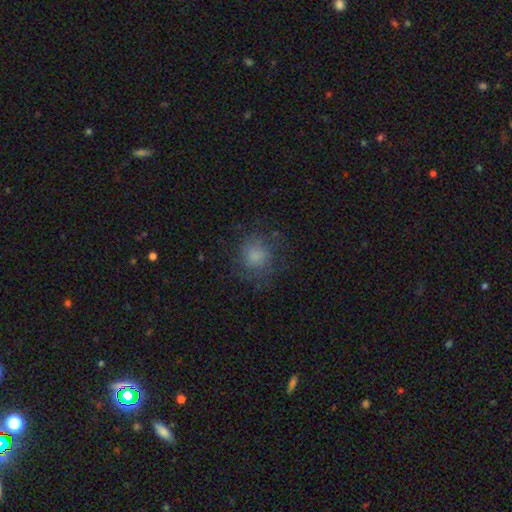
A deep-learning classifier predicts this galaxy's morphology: smooth_or_featured: smooth (p=0.69) [alt: featured or disk p=0.19]
how_rounded: round (p=0.82) [alt: in between p=0.17]
merging: none (p=0.67) [alt: minor disturbance p=0.18]